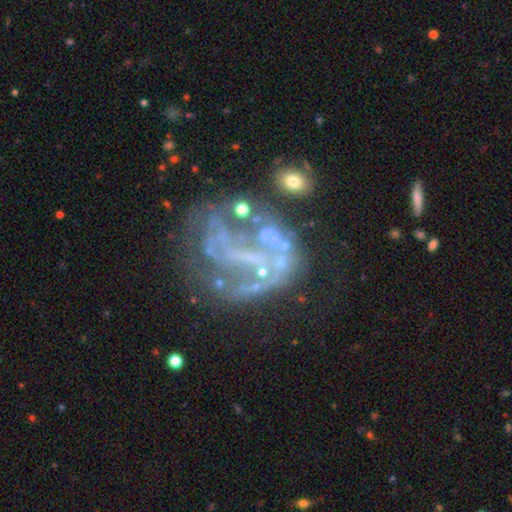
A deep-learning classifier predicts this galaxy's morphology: Smooth or featured?
  - featured or disk: 74% *
  - star or artifact: 15%
  - smooth: 11%
Edge-on disk?
  - no: 98% *
  - yes: 2%
Bar?
  - no: 63% *
  - weak: 21%
  - strong: 15%
Spiral arms?
  - no: 63% *
  - yes: 37%
Bulge size?
  - none: 71% *
  - small: 19%
  - moderate: 8%
  - large: 2%
  - dominant: 1%
Merging?
  - none: 38% *
  - major disturbance: 34%
  - minor disturbance: 17%
  - merger: 11%